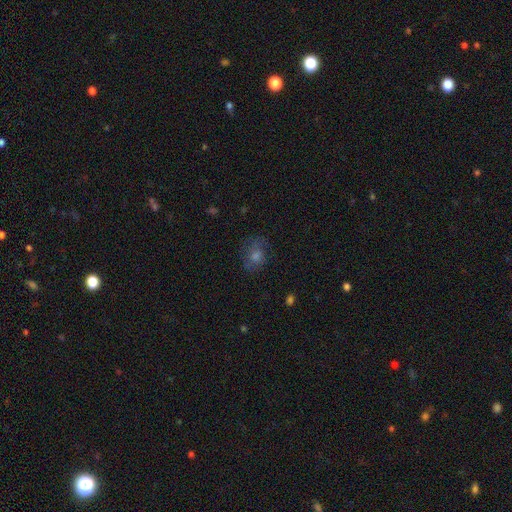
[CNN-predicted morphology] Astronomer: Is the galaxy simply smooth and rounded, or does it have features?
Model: smooth — 49% (runner-up: featured or disk, 28%).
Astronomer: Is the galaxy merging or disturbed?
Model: none — 71%.